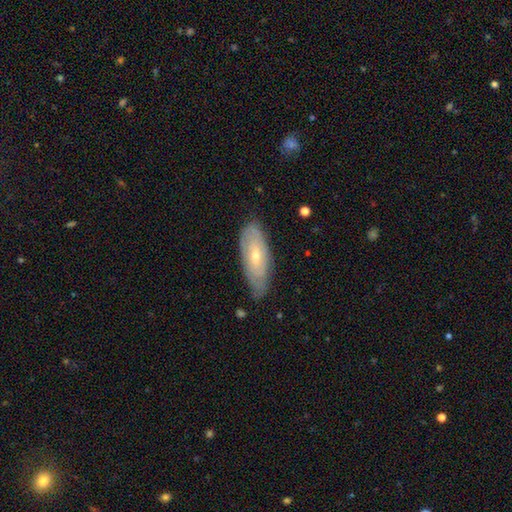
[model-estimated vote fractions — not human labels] Smooth or featured? featured or disk (52%)
Edge-on disk? no (80%)
Merging? none (70%)